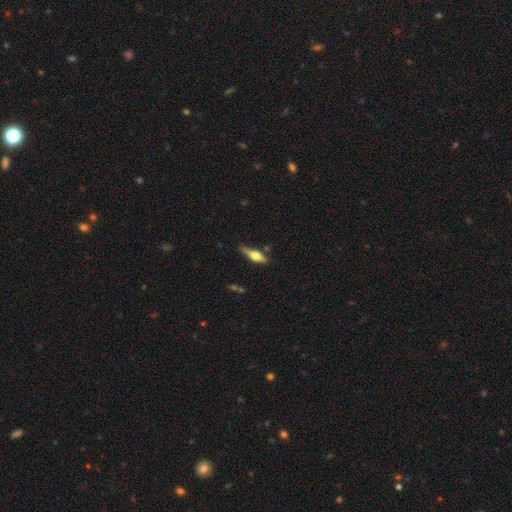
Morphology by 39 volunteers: smooth_or_featured: featured or disk (p=0.56) [alt: smooth p=0.38]
disk_edge_on: yes (p=0.86) [alt: no p=0.14]
edge_on_bulge: rounded (p=0.95) [alt: none p=0.05]
merging: none (p=0.68) [alt: minor disturbance p=0.22]